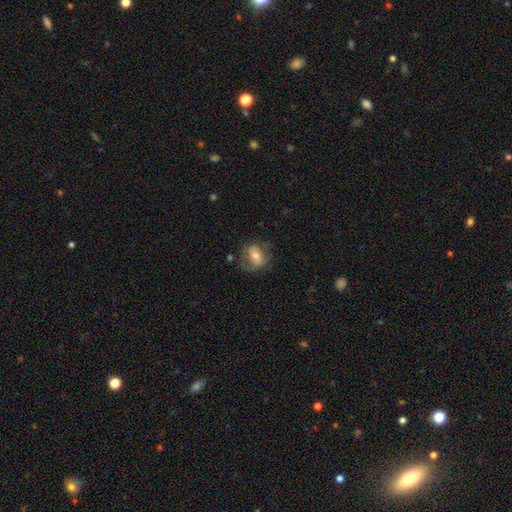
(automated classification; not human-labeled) A featured or disk galaxy (47%).

Vote fractions:
- Smooth or featured? featured or disk: 47% / smooth: 45% / star or artifact: 8%
- Merging? none: 56% / minor disturbance: 23% / major disturbance: 18% / merger: 2%